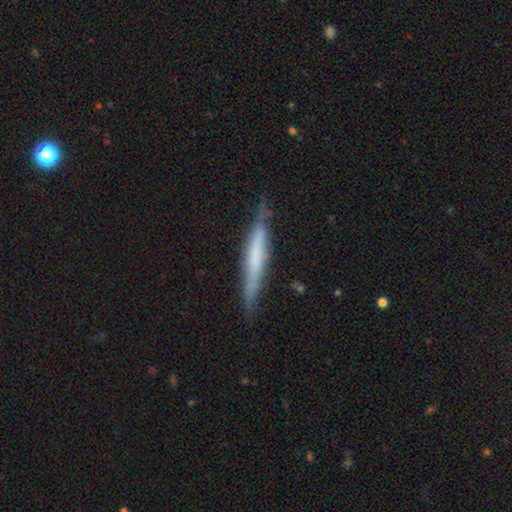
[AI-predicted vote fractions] Smooth or featured? featured or disk (51%)
Edge-on disk? yes (91%)
Merging? none (74%)